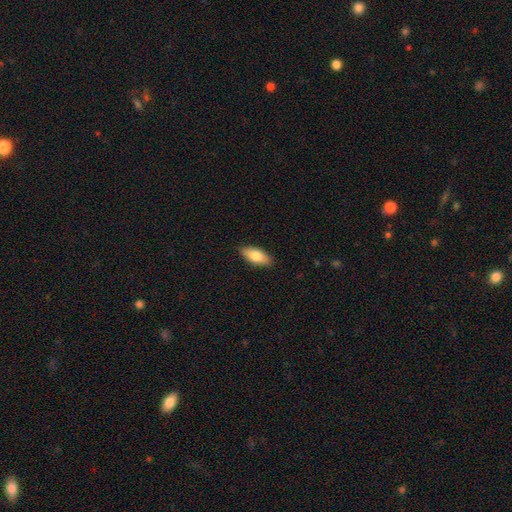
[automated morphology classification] This is likely a smooth galaxy (79%). How rounded: clearly in between (85%). Merging: clearly none (89%).